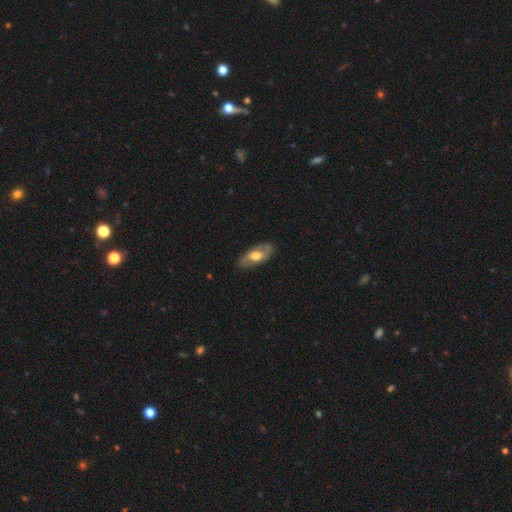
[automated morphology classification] A featured or disk galaxy (64%) with no bar (48%), spiral arms (74%) and a moderate central bulge (61%). Merging: none (84%).